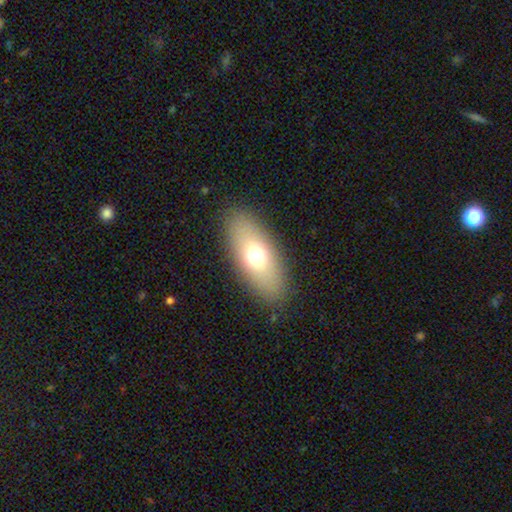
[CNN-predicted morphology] The model was most divided on "smooth or featured": smooth: 66%, featured or disk: 24%, star or artifact: 10%. More confident: merging — none (87%); how rounded — in between (82%).